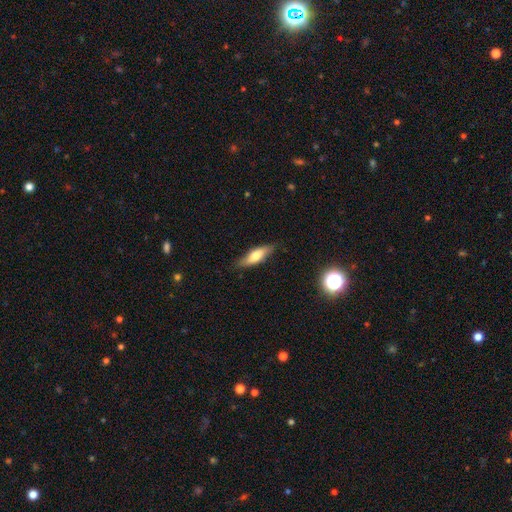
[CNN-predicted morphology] A smooth galaxy with no disk features (62%) that is cigar-shaped (49%, tied with in between). Merging: none (80%).